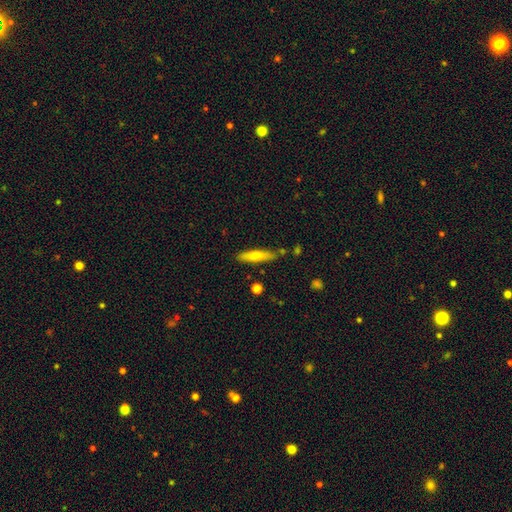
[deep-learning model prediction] This is possibly a smooth galaxy (59%). How rounded: clearly cigar-shaped (81%). Merging: clearly none (82%).